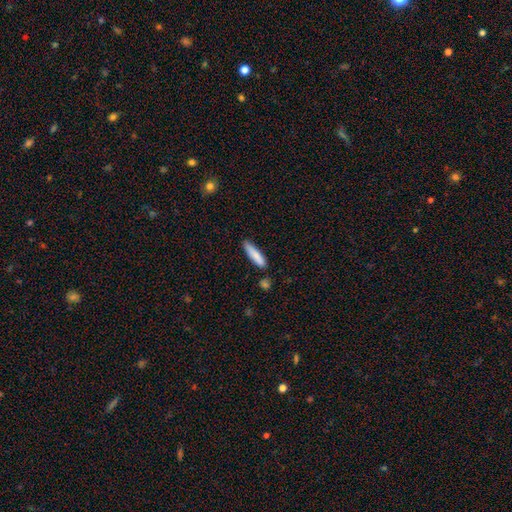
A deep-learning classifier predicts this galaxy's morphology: A smooth galaxy with no disk features (82%) that is cigar-shaped (80%). Merging: none (77%).